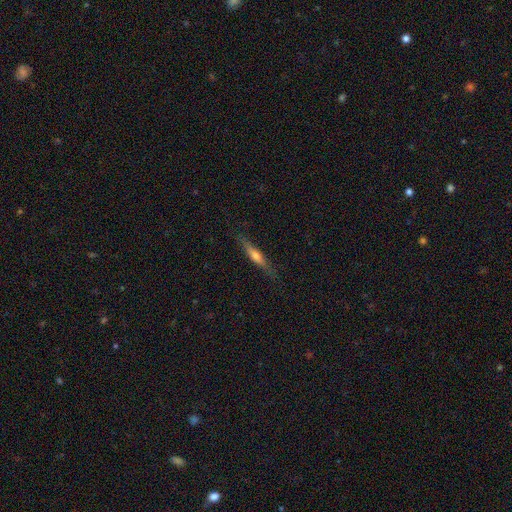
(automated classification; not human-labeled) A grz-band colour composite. It shows a featured or disk galaxy (52%) viewed edge-on (95%). Merging: none (85%).